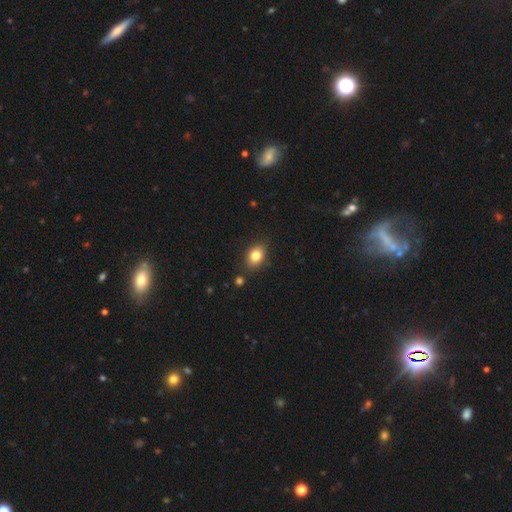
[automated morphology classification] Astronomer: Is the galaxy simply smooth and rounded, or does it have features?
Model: smooth — 82%.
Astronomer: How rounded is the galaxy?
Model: in between — 72%.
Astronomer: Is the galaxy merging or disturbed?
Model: none — 83%.